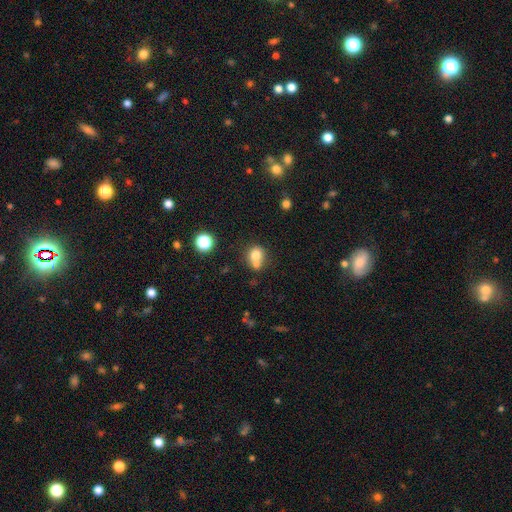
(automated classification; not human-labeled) Overall: smooth (74%). How rounded: round (73%). Merging: merger (45%; none 40%).